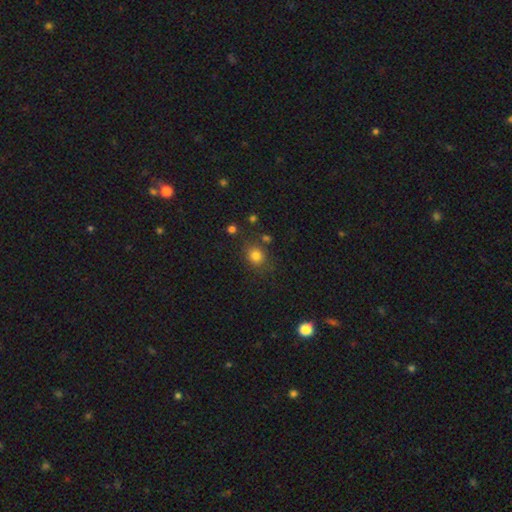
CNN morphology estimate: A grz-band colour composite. It shows a smooth galaxy with no disk features (81%) that is round (72%). Merging: none (78%).